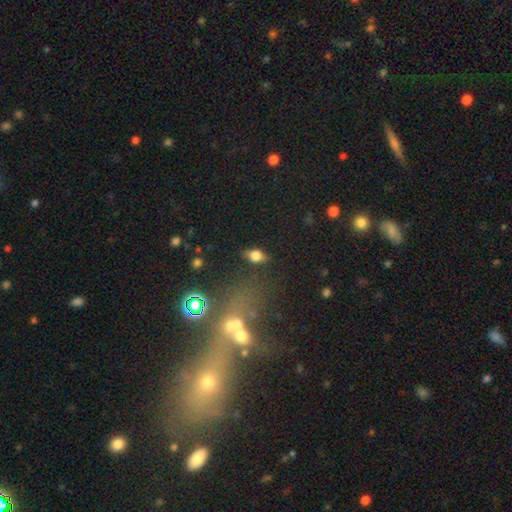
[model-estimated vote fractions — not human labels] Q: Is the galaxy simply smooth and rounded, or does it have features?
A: smooth — 76%.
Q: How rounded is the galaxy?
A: in between — 84%.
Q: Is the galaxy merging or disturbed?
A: none — 80%.